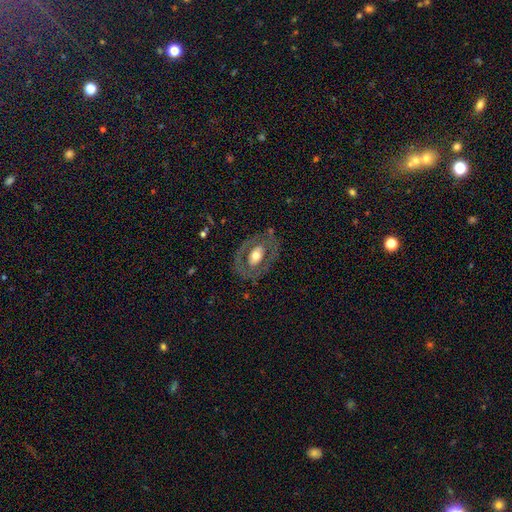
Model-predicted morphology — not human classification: This is possibly a featured or disk galaxy (56%). It is clearly not viewed edge-on (92%). Bar: likely no (75%). Spiral arm pattern: clearly no (83%). Central bulge: likely moderate (61%). Merging: likely none (73%).